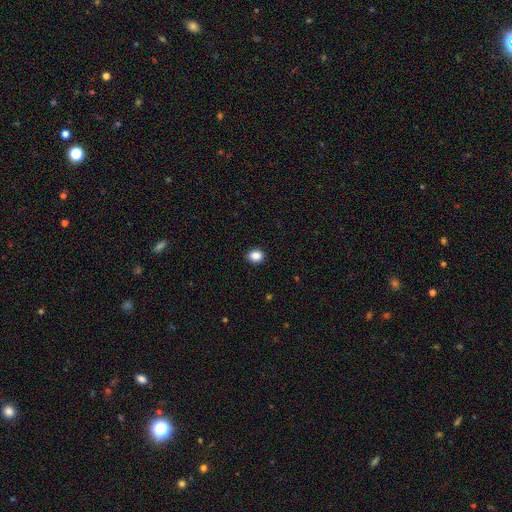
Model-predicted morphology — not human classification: Q: Smooth or featured?
A: smooth (87%); runner-up: star or artifact (10%)
Q: How rounded?
A: round (63%); runner-up: in between (37%)
Q: Merging?
A: none (91%); runner-up: minor disturbance (6%)